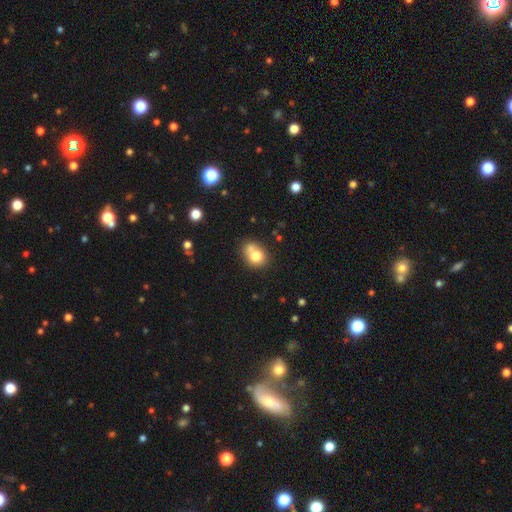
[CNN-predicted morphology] This is likely a smooth galaxy (74%). How rounded: possibly round (60%). Merging: marginally none (44%).